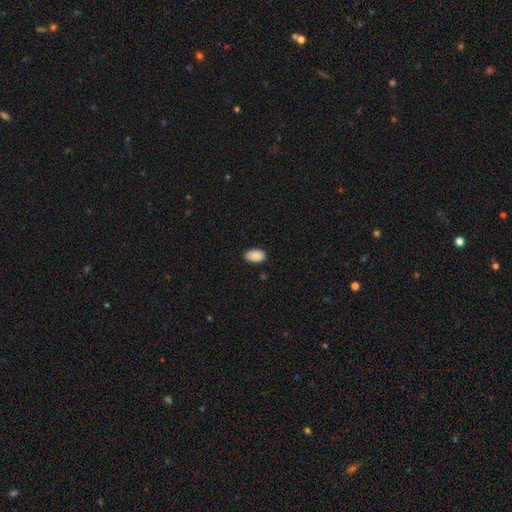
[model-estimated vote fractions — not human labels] This appears to be a smooth galaxy with no disk features (90%) that is in between round and cigar-shaped (93%). Merging: none (86%).